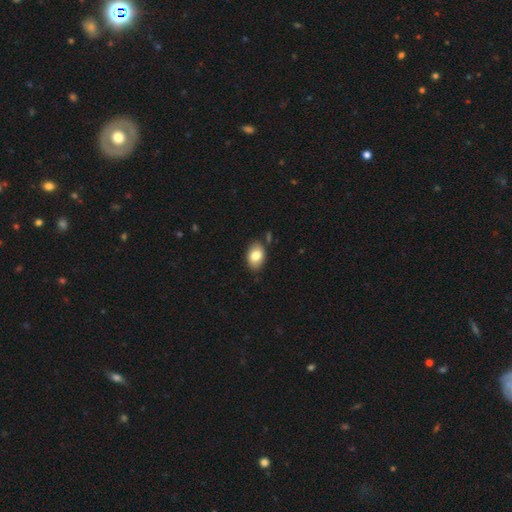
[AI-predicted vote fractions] A smooth galaxy with no disk features (81%) that is in between round and cigar-shaped (86%).

Vote fractions:
- Smooth or featured? smooth: 81% / featured or disk: 11% / star or artifact: 7%
- How rounded? in between: 86% / round: 13% / cigar-shaped: 1%
- Merging? none: 82% / minor disturbance: 12% / merger: 3% / major disturbance: 2%